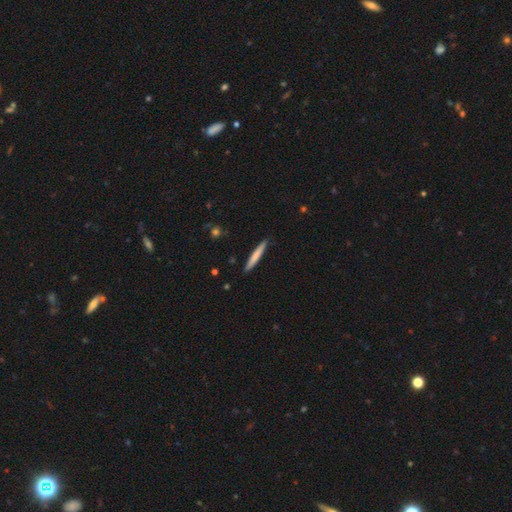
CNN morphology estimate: A smooth galaxy with no disk features (72%) that is cigar-shaped (96%).

Vote fractions:
- Smooth or featured? smooth: 72% / featured or disk: 23% / star or artifact: 5%
- How rounded? cigar-shaped: 96% / in between: 3% / round: 1%
- Merging? none: 90% / minor disturbance: 7% / major disturbance: 1% / merger: 1%